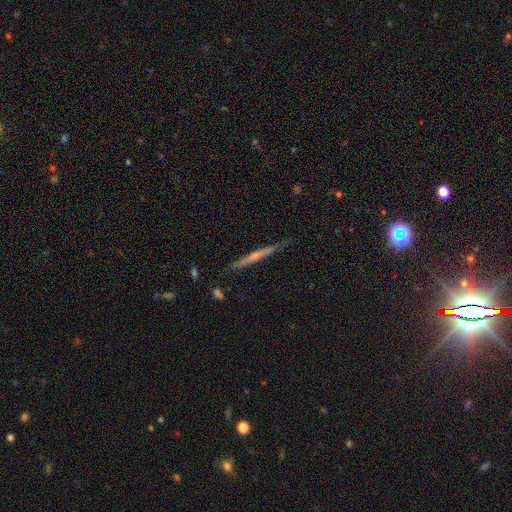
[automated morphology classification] featured or disk 58%, smooth 34%, star or artifact 7%. Down the decision tree: edge-on disk — yes (96%); edge-on bulge — none (56%); merging — none (81%).